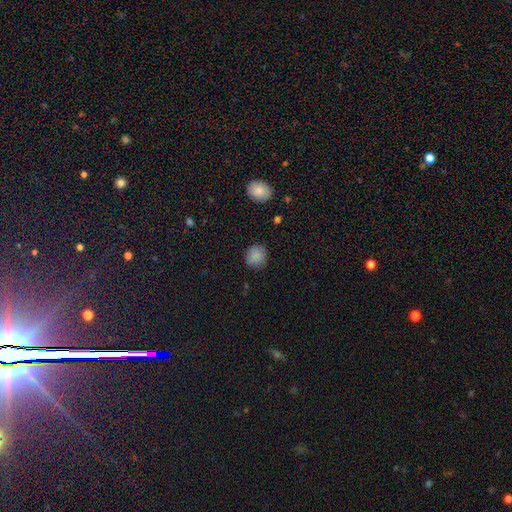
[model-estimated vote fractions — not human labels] Smooth or featured? smooth (86%)
How rounded? round (87%)
Merging? none (86%)